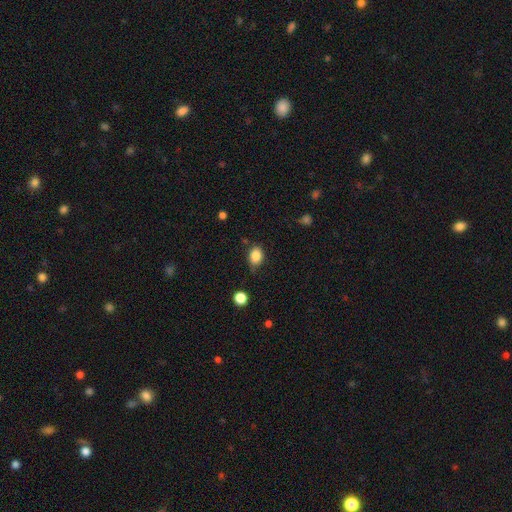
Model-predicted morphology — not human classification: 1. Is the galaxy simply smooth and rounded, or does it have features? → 85% smooth, 9% star or artifact, 5% featured or disk.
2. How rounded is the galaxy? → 65% in between, 33% round, 1% cigar-shaped.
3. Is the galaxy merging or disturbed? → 64% none, 28% minor disturbance, 5% major disturbance, 3% merger.